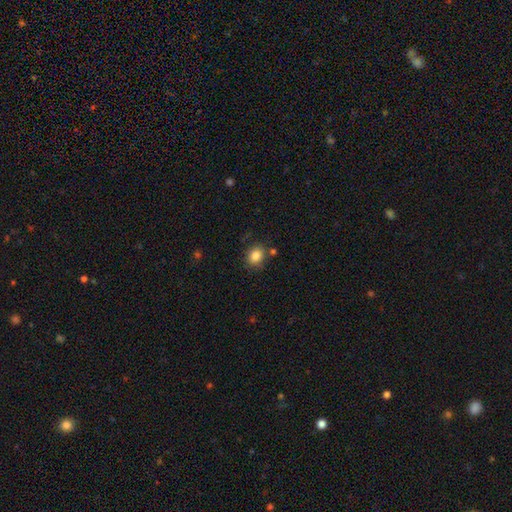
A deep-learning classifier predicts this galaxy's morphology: A smooth galaxy with no disk features (85%) that is round (55%). Merging: none (77%).